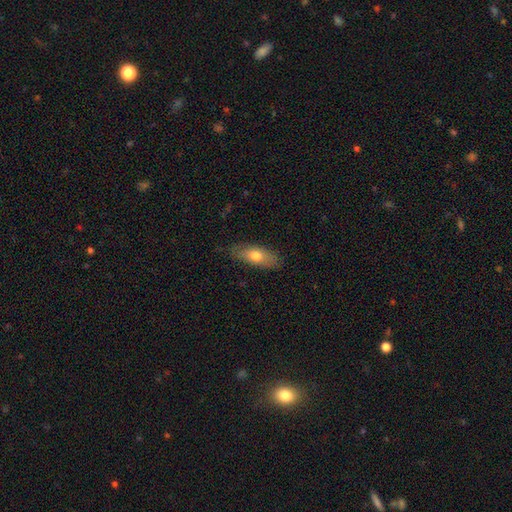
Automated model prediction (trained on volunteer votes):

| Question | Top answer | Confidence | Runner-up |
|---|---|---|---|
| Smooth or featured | smooth | 70% | featured or disk (23%) |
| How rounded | in between | 71% | cigar-shaped (26%) |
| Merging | none | 81% | minor disturbance (15%) |